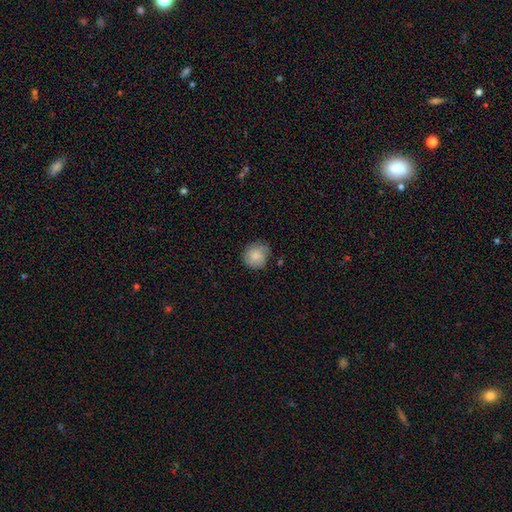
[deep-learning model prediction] A smooth galaxy with no disk features (84%) that is round (89%). Merging: none (68%).